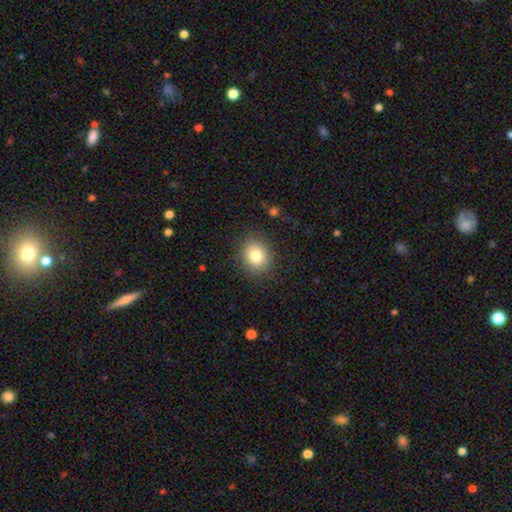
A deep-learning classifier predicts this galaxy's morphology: Smooth or featured?
  - smooth: 81% *
  - star or artifact: 10%
  - featured or disk: 9%
How rounded?
  - round: 72% *
  - in between: 28%
  - cigar-shaped: 1%
Merging?
  - none: 87% *
  - minor disturbance: 9%
  - major disturbance: 3%
  - merger: 1%